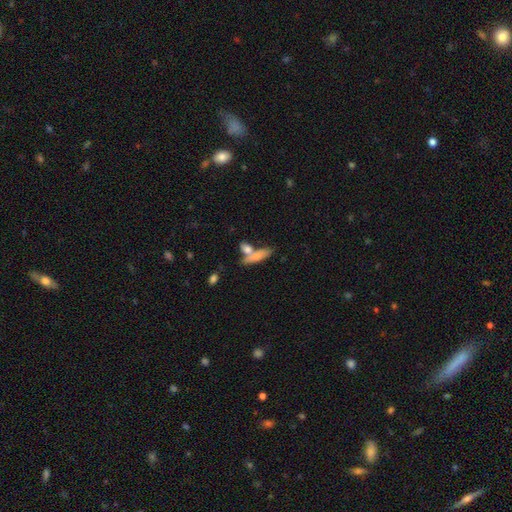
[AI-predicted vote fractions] smooth-or-featured: smooth: 72% | featured or disk: 20% | star or artifact: 8%
  how-rounded: cigar-shaped: 55% | in between: 40% | round: 4%
  merging: none: 45% | merger: 37% | minor disturbance: 13% | major disturbance: 5%